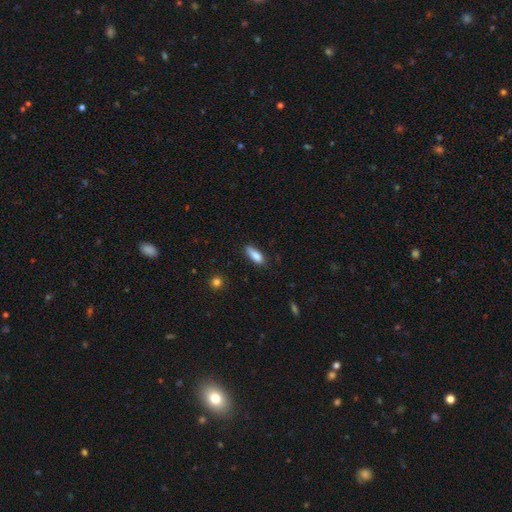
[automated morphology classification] smooth-or-featured: smooth: 84% | featured or disk: 9% | star or artifact: 7%
  how-rounded: in between: 59% | cigar-shaped: 39% | round: 2%
  merging: none: 76% | minor disturbance: 19% | major disturbance: 3% | merger: 2%